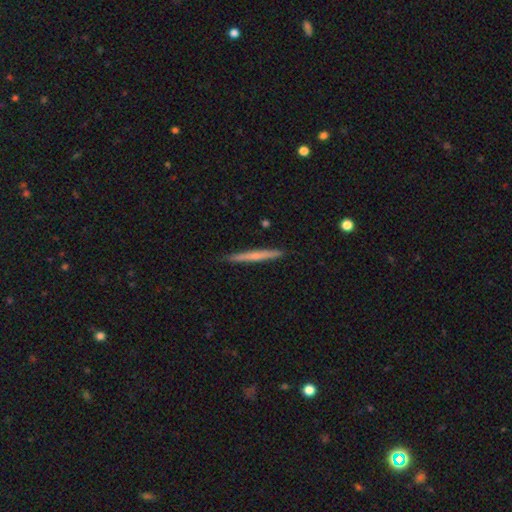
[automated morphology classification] smooth-or-featured: smooth: 49% | featured or disk: 45% | star or artifact: 6%
  merging: none: 91% | minor disturbance: 7% | major disturbance: 1% | merger: 1%